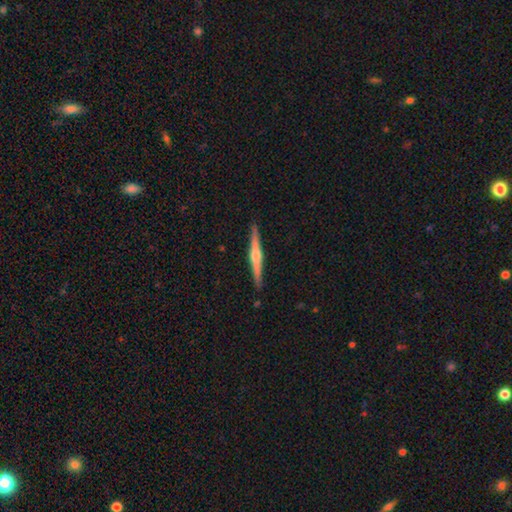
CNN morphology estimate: Smooth or featured? Predicted: featured or disk (p=0.75). Edge-on disk? Predicted: yes (p=0.98). Edge-on bulge? Predicted: rounded (p=0.87). Merging? Predicted: none (p=0.91).